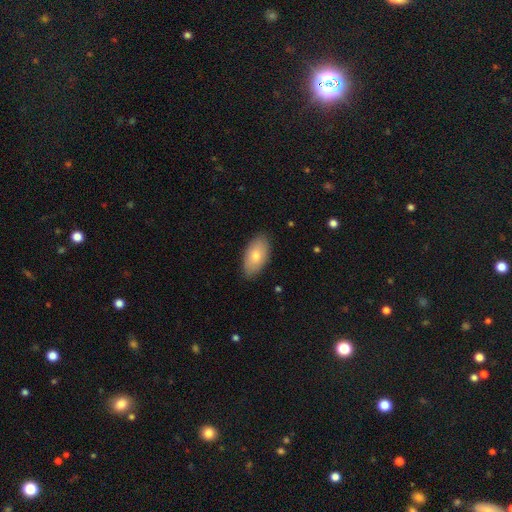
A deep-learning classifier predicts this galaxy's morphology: Smooth or featured: smooth — 76% (featured or disk — 18%)
How rounded: in between — 94% (round — 4%)
Merging: none — 86% (minor disturbance — 11%)